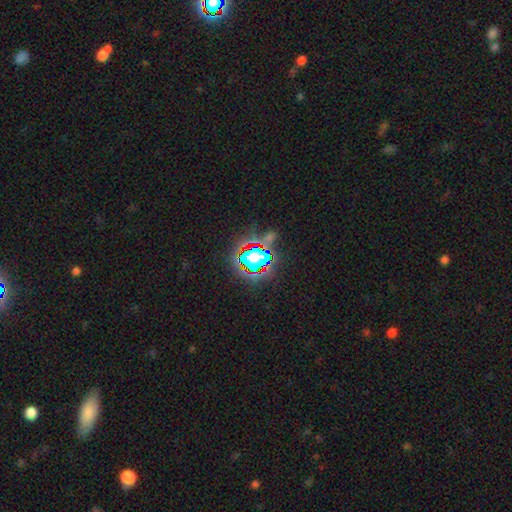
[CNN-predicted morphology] Smooth or featured?
  - star or artifact: 60% *
  - smooth: 25%
  - featured or disk: 16%